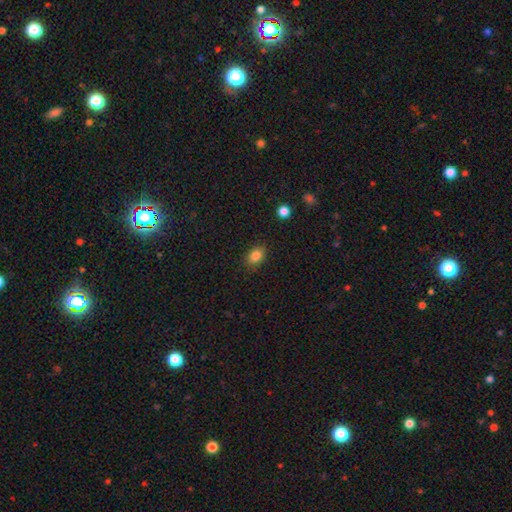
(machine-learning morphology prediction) Smooth or featured? Predicted: smooth (p=0.85). How rounded? Predicted: in between (p=0.77). Merging? Predicted: none (p=0.86).